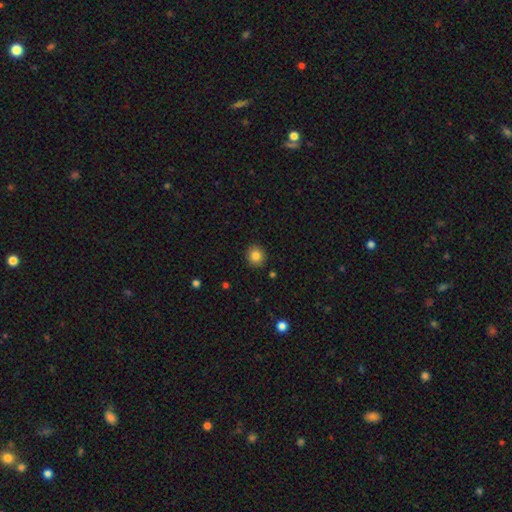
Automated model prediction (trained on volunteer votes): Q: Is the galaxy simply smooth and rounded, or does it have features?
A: smooth — 83%.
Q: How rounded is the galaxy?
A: round — 88%.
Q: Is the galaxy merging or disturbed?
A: none — 91%.